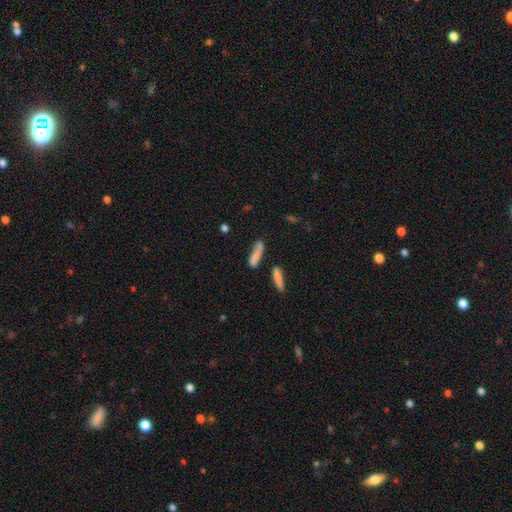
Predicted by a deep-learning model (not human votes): Smooth or featured? Predicted: smooth (p=0.69). How rounded? Predicted: cigar-shaped (p=0.72). Merging? Predicted: none (p=0.50).